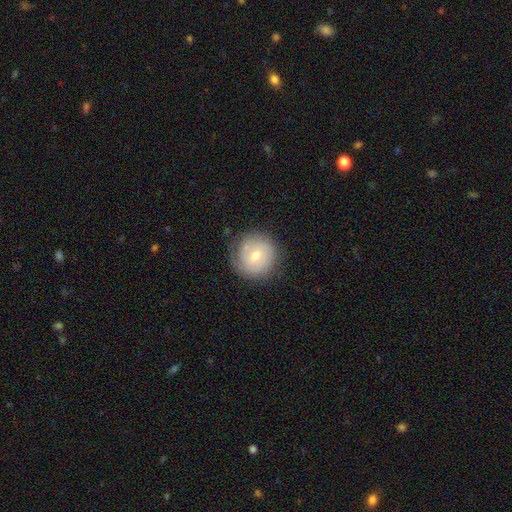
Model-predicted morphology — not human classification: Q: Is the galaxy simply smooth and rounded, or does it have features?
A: smooth — 46%.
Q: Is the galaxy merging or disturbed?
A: none — 77%.